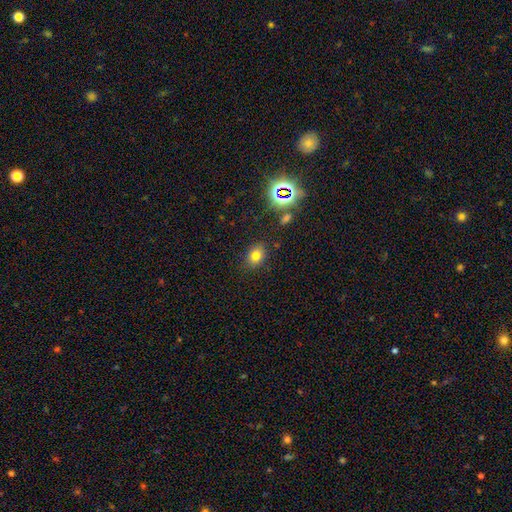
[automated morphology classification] This is likely a smooth galaxy (76%). How rounded: possibly in between (52%). Merging: clearly none (83%).